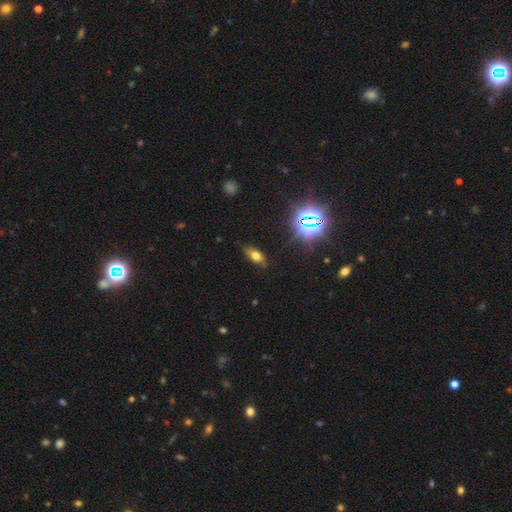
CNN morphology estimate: The model was most divided on "smooth or featured": smooth: 59%, star or artifact: 22%, featured or disk: 19%. More confident: how rounded — in between (79%); merging — none (76%).